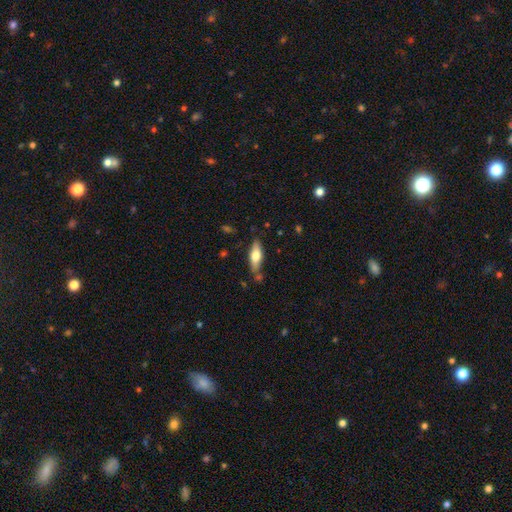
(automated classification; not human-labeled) smooth-or-featured: smooth: 62% | featured or disk: 32% | star or artifact: 6%
  how-rounded: in between: 60% | cigar-shaped: 38% | round: 2%
  merging: none: 74% | minor disturbance: 17% | merger: 5% | major disturbance: 4%